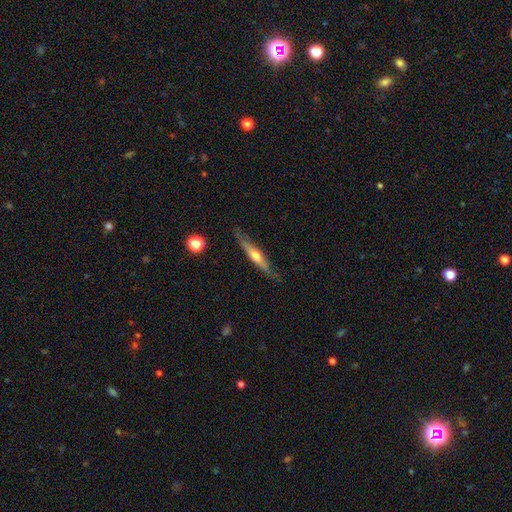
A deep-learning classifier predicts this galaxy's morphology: Q: Smooth or featured?
A: featured or disk (58%); runner-up: smooth (36%)
Q: Edge-on disk?
A: yes (91%); runner-up: no (9%)
Q: Edge-on bulge?
A: rounded (82%); runner-up: none (13%)
Q: Merging?
A: none (81%); runner-up: minor disturbance (15%)